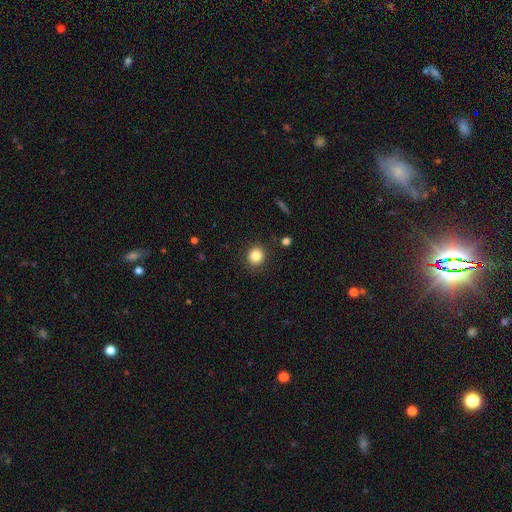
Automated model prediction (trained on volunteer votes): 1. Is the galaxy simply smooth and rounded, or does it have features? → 84% smooth, 11% star or artifact, 6% featured or disk.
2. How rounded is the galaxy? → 90% round, 9% in between, 1% cigar-shaped.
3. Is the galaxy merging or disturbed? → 89% none, 7% minor disturbance, 2% major disturbance, 1% merger.